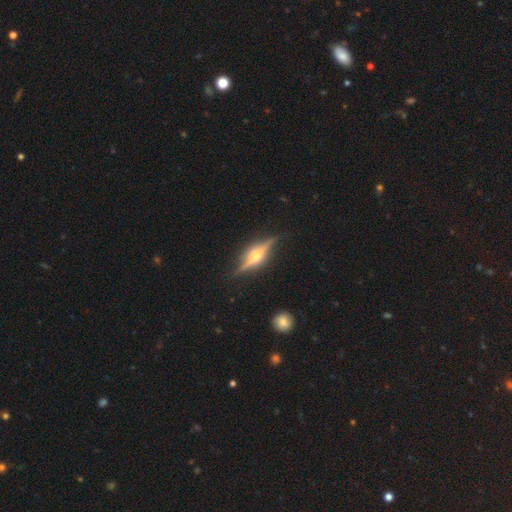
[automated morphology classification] smooth_or_featured: featured or disk (p=0.83) [alt: smooth p=0.11]
disk_edge_on: yes (p=0.96) [alt: no p=0.04]
edge_on_bulge: rounded (p=0.89) [alt: boxy p=0.09]
merging: none (p=0.86) [alt: minor disturbance p=0.10]